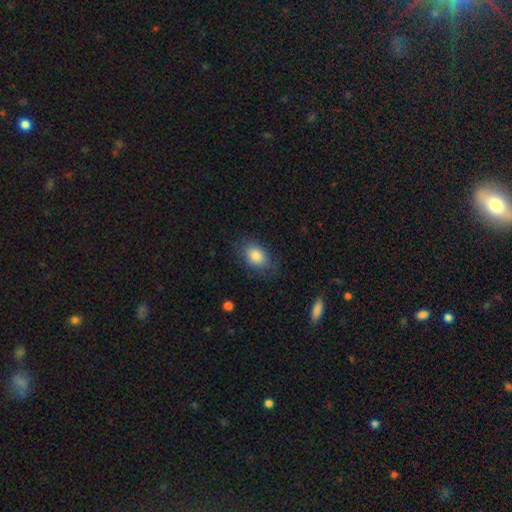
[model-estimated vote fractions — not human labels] Smooth or featured: smooth — 84% (featured or disk — 8%)
How rounded: in between — 82% (round — 16%)
Merging: none — 76% (minor disturbance — 17%)